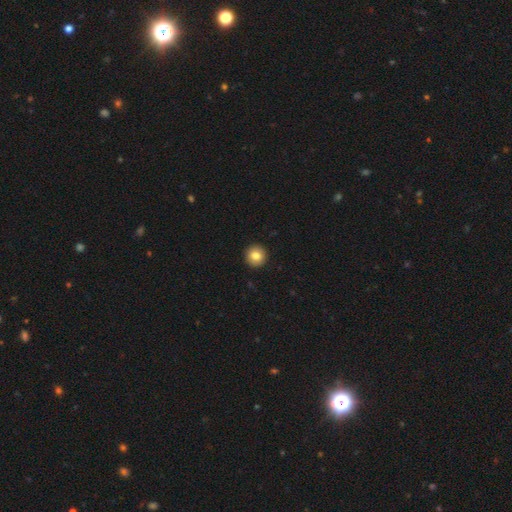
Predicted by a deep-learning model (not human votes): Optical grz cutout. It shows a smooth galaxy with no disk features (83%) that is round (94%). Merging: none (94%).